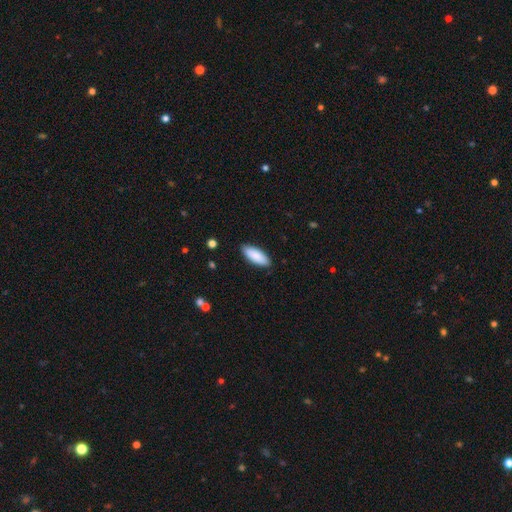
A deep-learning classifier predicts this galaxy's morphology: Q: Smooth or featured?
A: smooth (89%); runner-up: featured or disk (6%)
Q: How rounded?
A: in between (78%); runner-up: cigar-shaped (20%)
Q: Merging?
A: none (88%); runner-up: minor disturbance (9%)